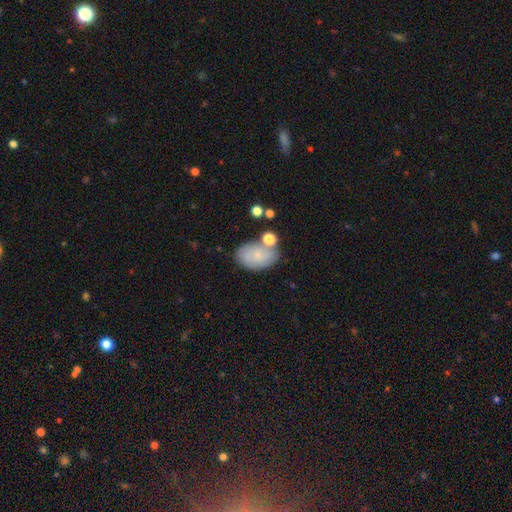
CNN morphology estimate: This is likely a smooth galaxy (73%). How rounded: clearly in between (88%). Merging: possibly none (60%).